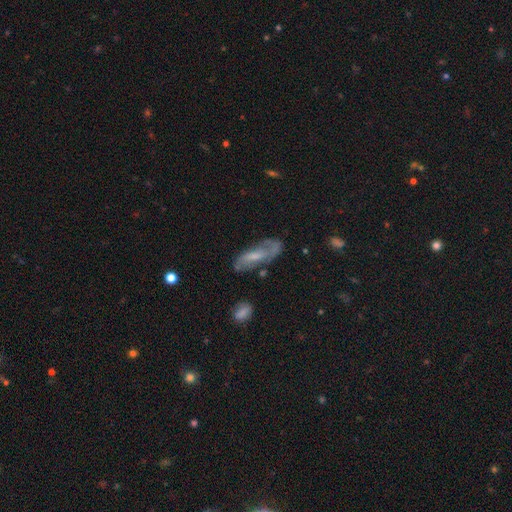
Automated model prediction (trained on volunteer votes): Smooth or featured? Predicted: featured or disk (p=0.65). Edge-on disk? Predicted: no (p=0.85). Bar? Predicted: weak (p=0.45). Spiral arms? Predicted: yes (p=0.83). Bulge size? Predicted: small (p=0.42). Merging? Predicted: none (p=0.66).